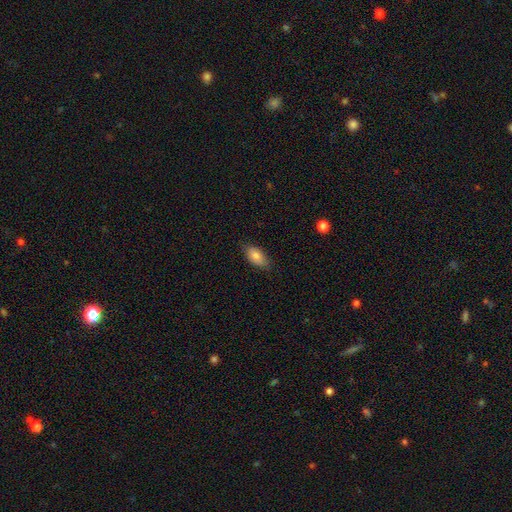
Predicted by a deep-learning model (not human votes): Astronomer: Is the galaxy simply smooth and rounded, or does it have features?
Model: smooth — 79%.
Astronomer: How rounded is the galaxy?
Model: in between — 91%.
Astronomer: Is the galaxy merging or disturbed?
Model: none — 76%.